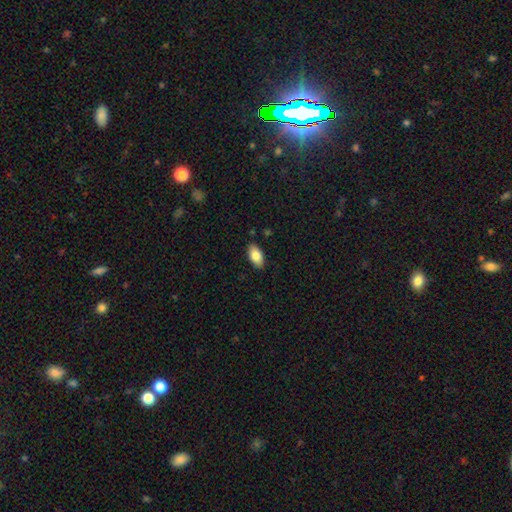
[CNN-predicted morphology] This is clearly a smooth galaxy (83%). How rounded: clearly in between (94%). Merging: clearly none (88%).